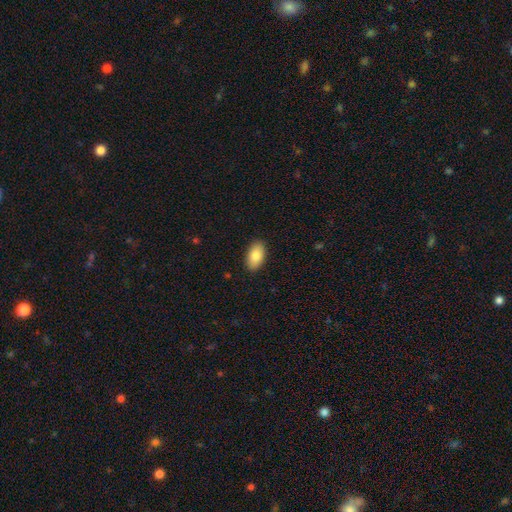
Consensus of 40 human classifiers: Volunteers were most divided on "smooth or featured": smooth: 85%, featured or disk: 15%, star or artifact: 0%. More confident: how rounded — in between (97%); merging — none (95%).